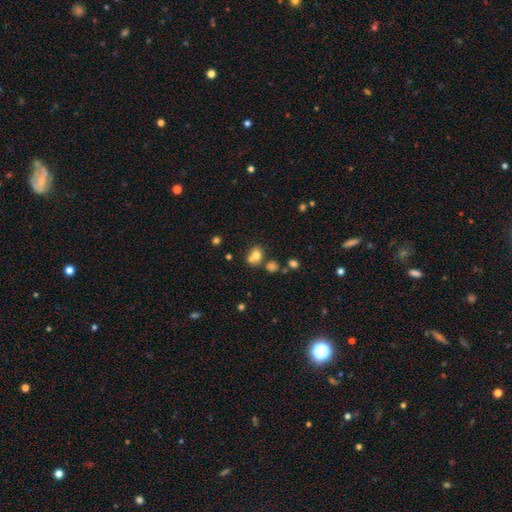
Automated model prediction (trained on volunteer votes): smooth-or-featured: smooth: 75% | star or artifact: 13% | featured or disk: 12%
  how-rounded: round: 60% | in between: 39% | cigar-shaped: 1%
  merging: none: 48% | merger: 34% | minor disturbance: 13% | major disturbance: 5%